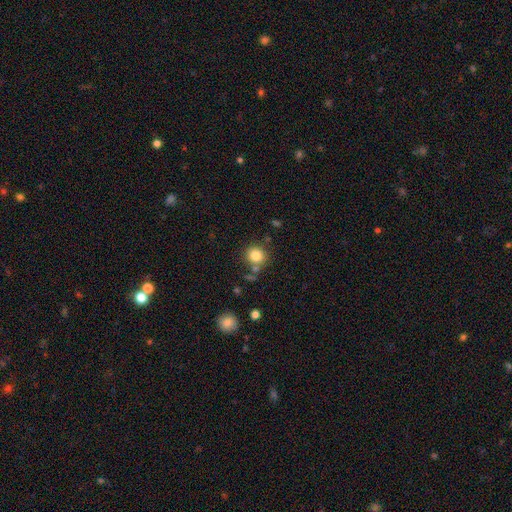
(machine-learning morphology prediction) smooth_or_featured: smooth (p=0.83) [alt: star or artifact p=0.11]
how_rounded: round (p=0.86) [alt: in between p=0.13]
merging: none (p=0.75) [alt: minor disturbance p=0.11]